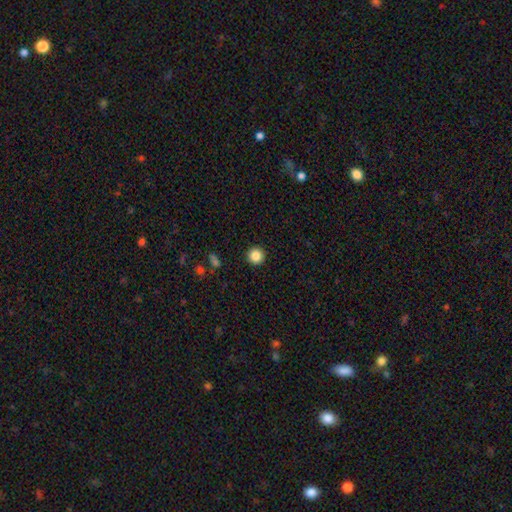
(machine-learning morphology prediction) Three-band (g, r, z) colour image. It shows a smooth galaxy with no disk features (86%) that is round (96%). Merging: none (93%).